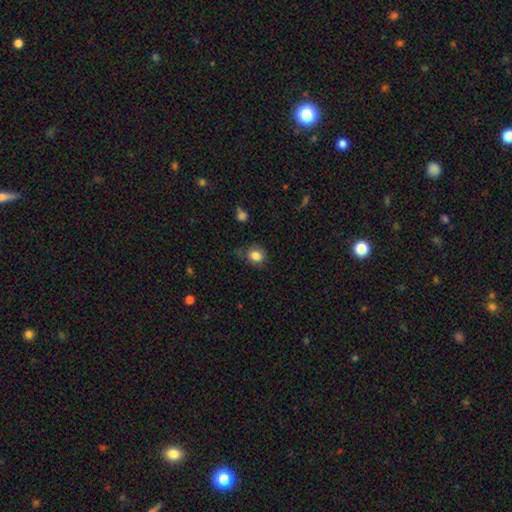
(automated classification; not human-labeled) This appears to be a smooth galaxy with no disk features (84%) that is round (72%). Merging: none (69%).